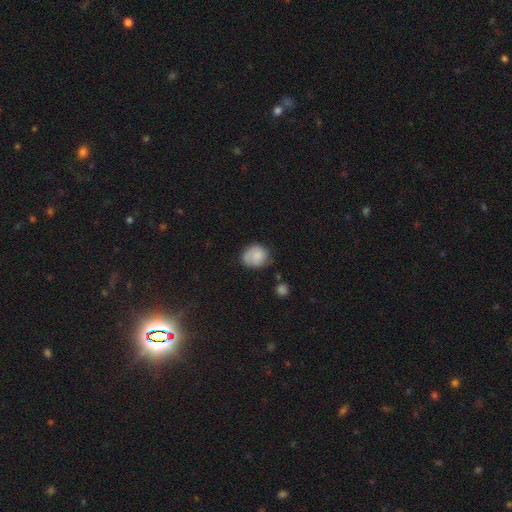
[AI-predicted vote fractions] smooth 78%, featured or disk 14%, star or artifact 8%. Down the decision tree: how rounded — round (67%); merging — none (59%).